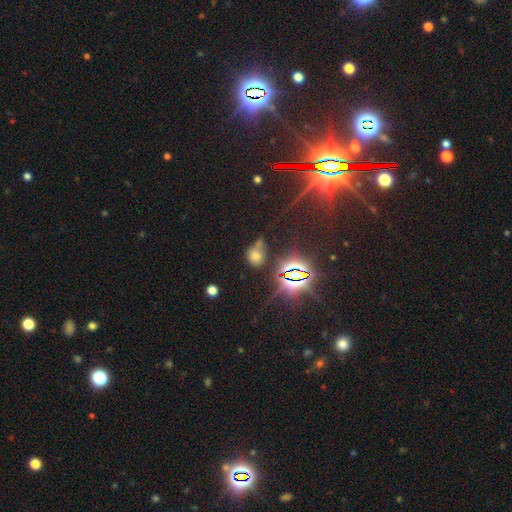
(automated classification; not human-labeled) This is possibly a star or artifact rather than a galaxy (49%).